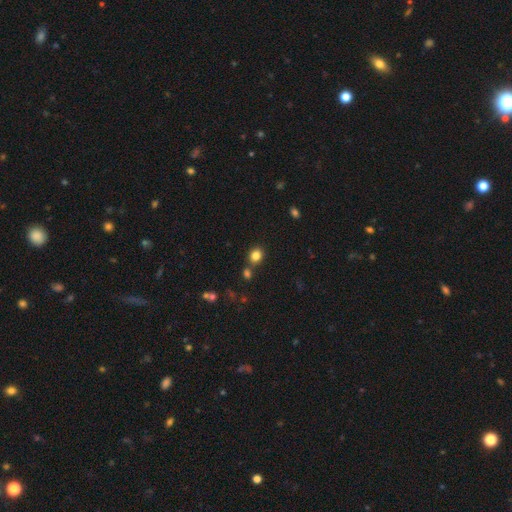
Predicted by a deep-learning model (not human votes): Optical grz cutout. It shows a smooth galaxy with no disk features (82%) that is round (74%). Merging: none (73%).